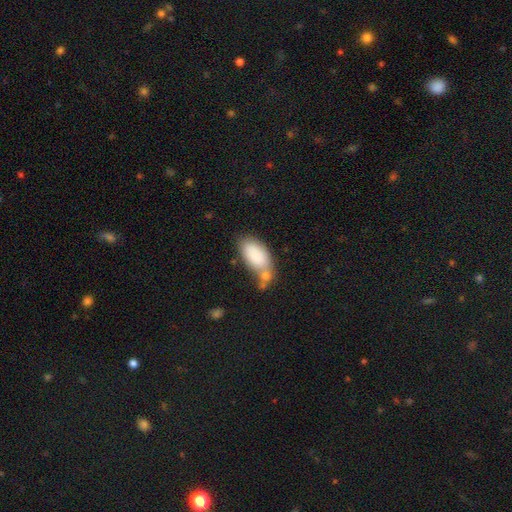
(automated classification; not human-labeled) Morphology: type=smooth (84%); roundness=in between (93%); merging=none (45%).